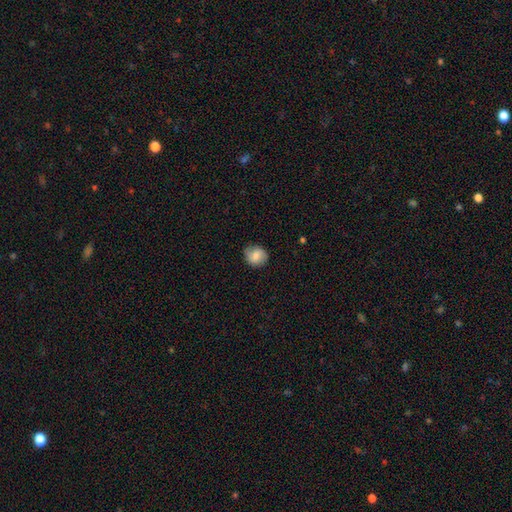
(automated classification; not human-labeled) Q: Smooth or featured?
A: smooth (68%); runner-up: featured or disk (24%)
Q: How rounded?
A: round (79%); runner-up: in between (20%)
Q: Merging?
A: none (79%); runner-up: minor disturbance (16%)